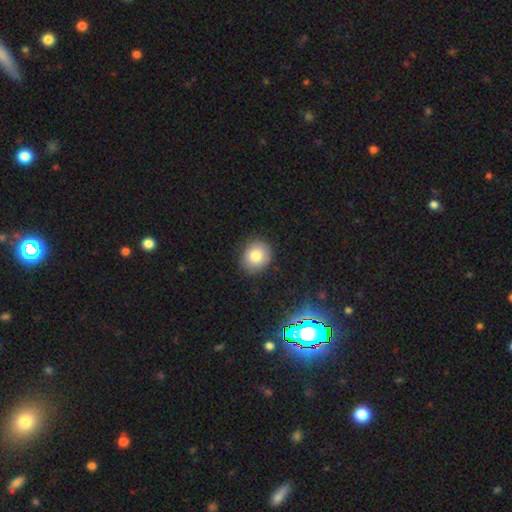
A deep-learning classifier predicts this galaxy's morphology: Q: Smooth or featured?
A: smooth (82%); runner-up: star or artifact (10%)
Q: How rounded?
A: round (71%); runner-up: in between (29%)
Q: Merging?
A: none (87%); runner-up: minor disturbance (10%)